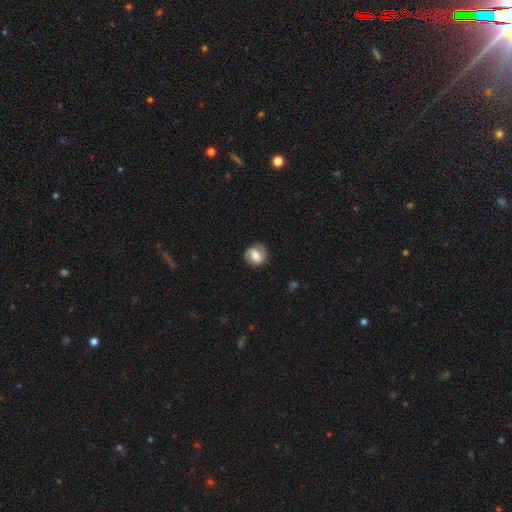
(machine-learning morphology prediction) Smooth or featured?
  - smooth: 46% * (tied)
  - featured or disk: 46% * (tied)
  - star or artifact: 8%
Merging?
  - none: 78% *
  - minor disturbance: 16%
  - major disturbance: 5%
  - merger: 1%